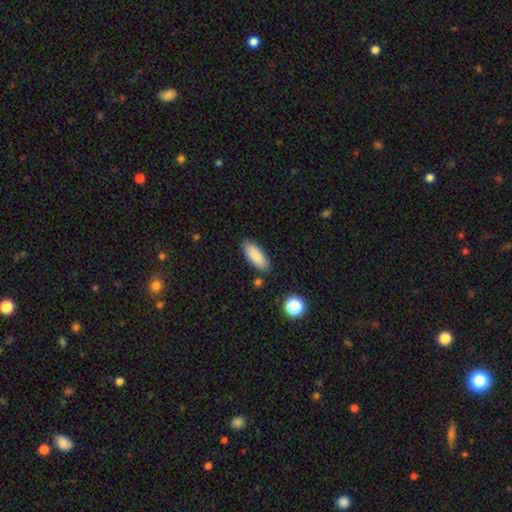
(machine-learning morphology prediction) This is clearly a smooth galaxy (87%). How rounded: likely in between (77%). Merging: clearly none (85%).